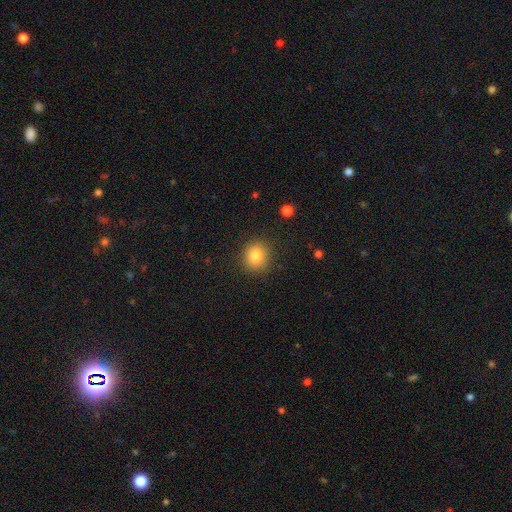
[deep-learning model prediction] This appears to be a smooth galaxy with no disk features (82%) that is round (84%). Merging: none (88%).